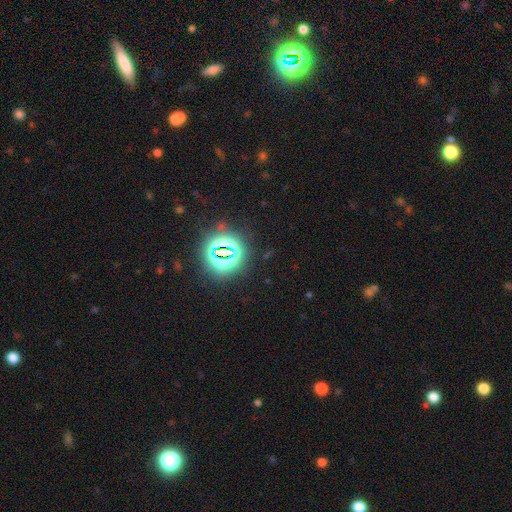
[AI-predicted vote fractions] Smooth or featured: star or artifact — 80% (smooth — 13%)